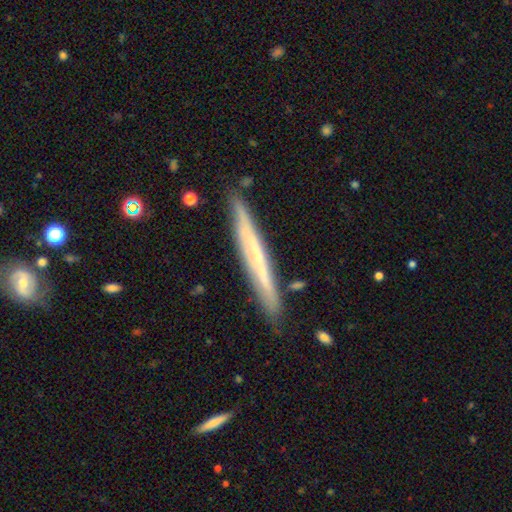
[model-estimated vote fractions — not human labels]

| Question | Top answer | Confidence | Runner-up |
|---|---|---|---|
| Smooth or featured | featured or disk | 57% | smooth (36%) |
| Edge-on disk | yes | 94% | no (6%) |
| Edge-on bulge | none | 70% | rounded (24%) |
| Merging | none | 87% | minor disturbance (10%) |